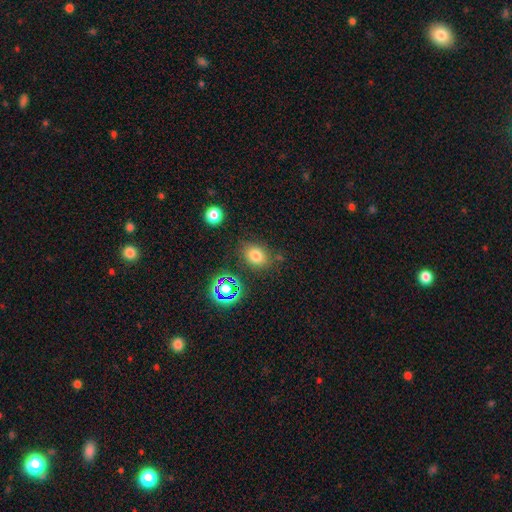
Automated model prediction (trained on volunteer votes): This appears to be a smooth galaxy with no disk features (74%) that is in between round and cigar-shaped (54%). Merging: none (76%).